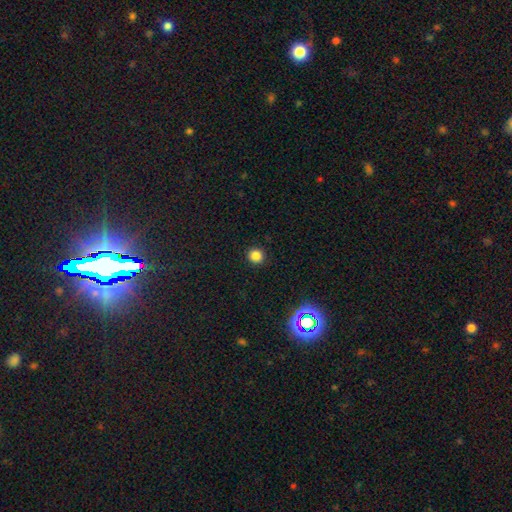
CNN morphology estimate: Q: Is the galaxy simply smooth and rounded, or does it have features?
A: smooth — 83%.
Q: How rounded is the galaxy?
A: round — 93%.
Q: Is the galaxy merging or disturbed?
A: none — 92%.